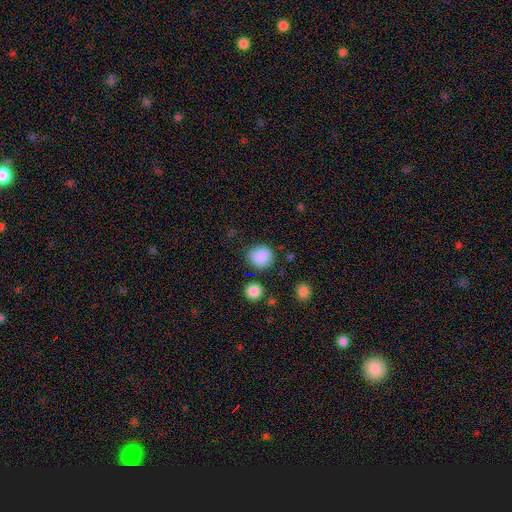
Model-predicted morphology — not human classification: Smooth or featured: smooth — 86% (star or artifact — 10%)
How rounded: round — 79% (in between — 20%)
Merging: none — 81% (minor disturbance — 12%)